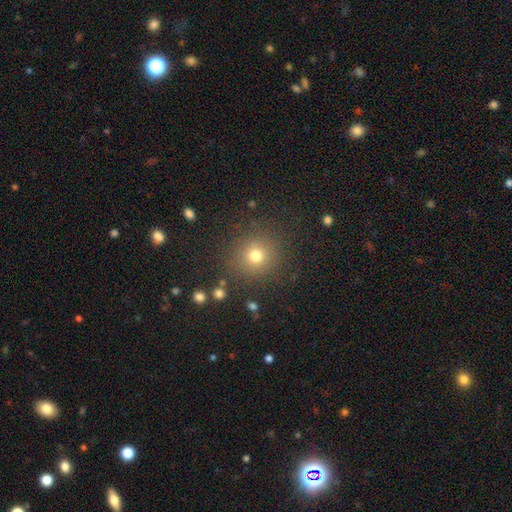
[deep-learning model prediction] A smooth galaxy with no disk features (74%) that is round (92%).

Vote fractions:
- Smooth or featured? smooth: 74% / star or artifact: 17% / featured or disk: 9%
- How rounded? round: 92% / in between: 7% / cigar-shaped: 1%
- Merging? none: 86% / minor disturbance: 8% / major disturbance: 4% / merger: 2%